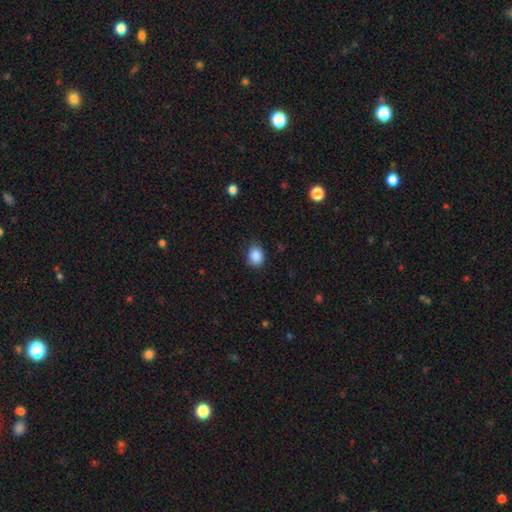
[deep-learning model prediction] smooth 88%, star or artifact 9%, featured or disk 3%. Down the decision tree: how rounded — in between (53%); merging — none (80%).